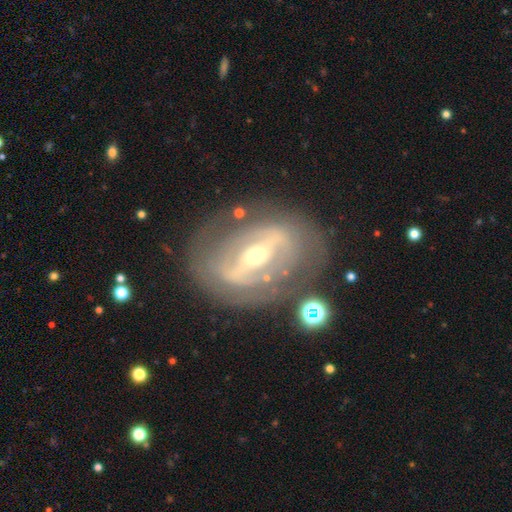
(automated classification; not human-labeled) Smooth or featured? featured or disk (82%)
Edge-on disk? no (90%)
Bar? strong (67%)
Spiral arms? yes (57%)
Bulge size? moderate (48%)
Merging? none (73%)